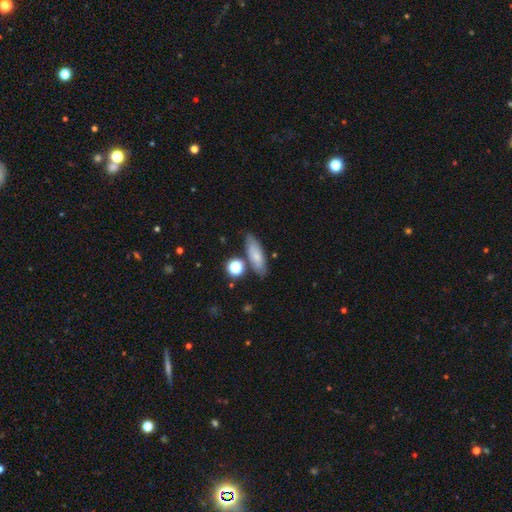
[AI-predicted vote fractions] smooth 69%, featured or disk 22%, star or artifact 8%. Down the decision tree: how rounded — in between (56%); merging — none (71%).